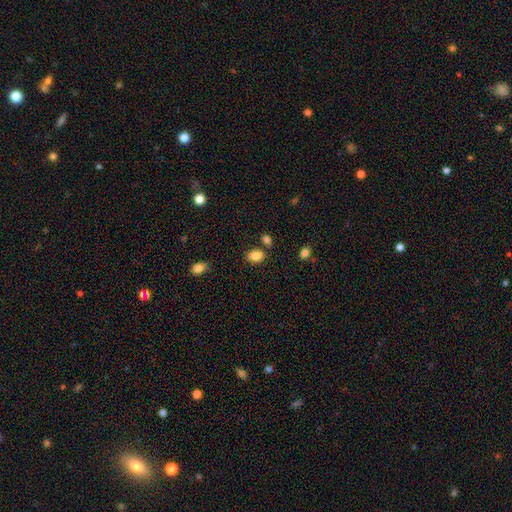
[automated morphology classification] A smooth galaxy with no disk features (87%) that is in between round and cigar-shaped (79%).

Vote fractions:
- Smooth or featured? smooth: 87% / star or artifact: 9% / featured or disk: 4%
- How rounded? in between: 79% / round: 19% / cigar-shaped: 1%
- Merging? none: 76% / minor disturbance: 12% / merger: 8% / major disturbance: 4%